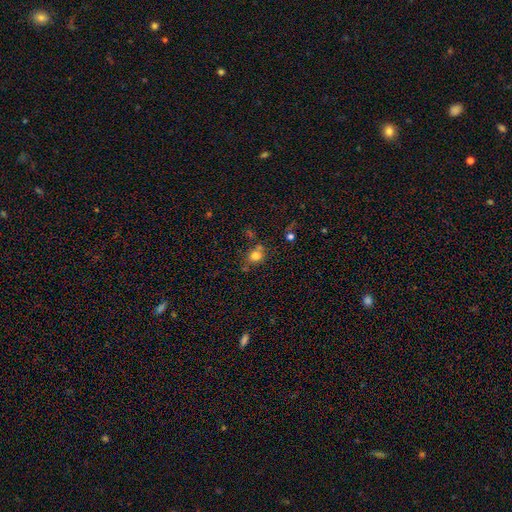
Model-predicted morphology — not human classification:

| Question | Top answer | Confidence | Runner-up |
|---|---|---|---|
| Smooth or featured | smooth | 78% | star or artifact (14%) |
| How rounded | round | 71% | in between (27%) |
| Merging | none | 63% | merger (16%) |